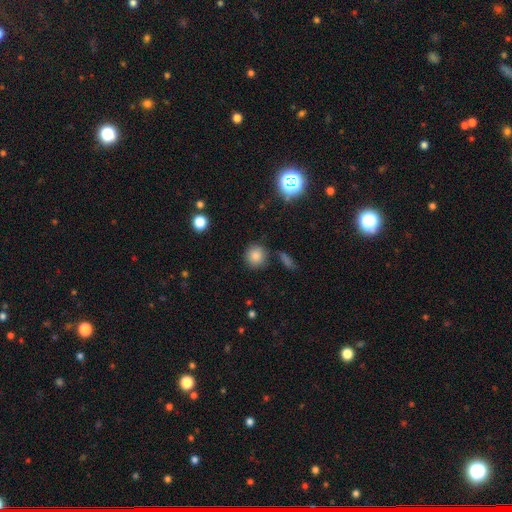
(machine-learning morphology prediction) A smooth galaxy with no disk features (84%) that is round (90%).

Vote fractions:
- Smooth or featured? smooth: 84% / star or artifact: 11% / featured or disk: 6%
- How rounded? round: 90% / in between: 9% / cigar-shaped: 1%
- Merging? none: 81% / minor disturbance: 11% / merger: 5% / major disturbance: 3%